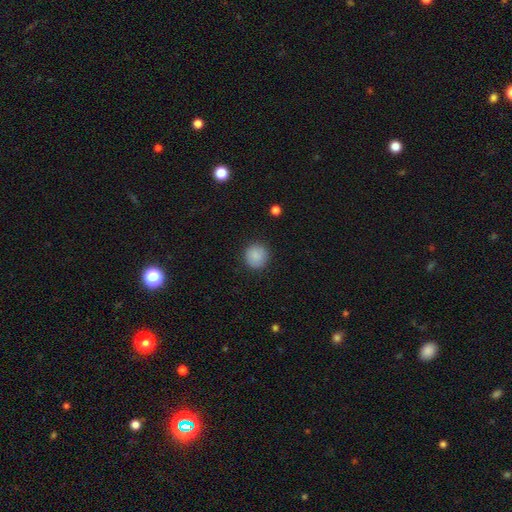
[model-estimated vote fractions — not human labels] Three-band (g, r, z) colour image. It shows a smooth galaxy with no disk features (88%) that is round (92%). Merging: none (89%).